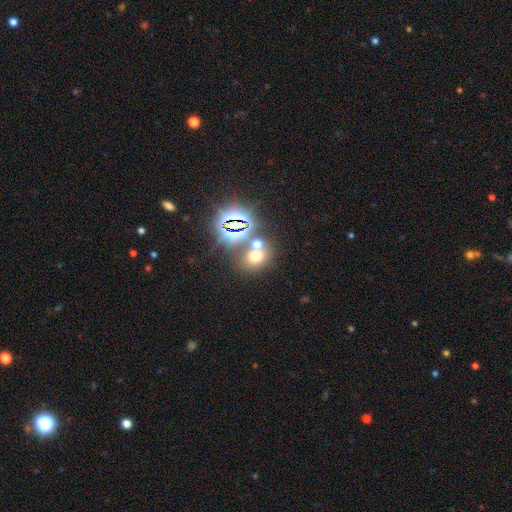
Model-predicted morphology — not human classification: Q: Smooth or featured?
A: smooth (53%); runner-up: star or artifact (35%)
Q: How rounded?
A: round (65%); runner-up: in between (33%)
Q: Merging?
A: none (56%); runner-up: merger (31%)